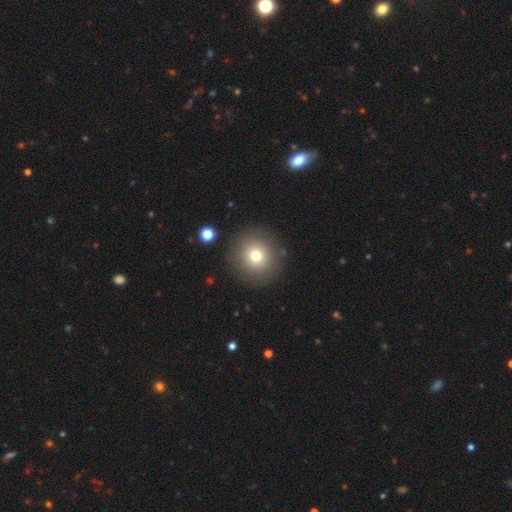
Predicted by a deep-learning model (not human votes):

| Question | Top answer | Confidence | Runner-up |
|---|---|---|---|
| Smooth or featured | smooth | 75% | star or artifact (13%) |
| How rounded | round | 94% | in between (5%) |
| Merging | none | 88% | minor disturbance (7%) |